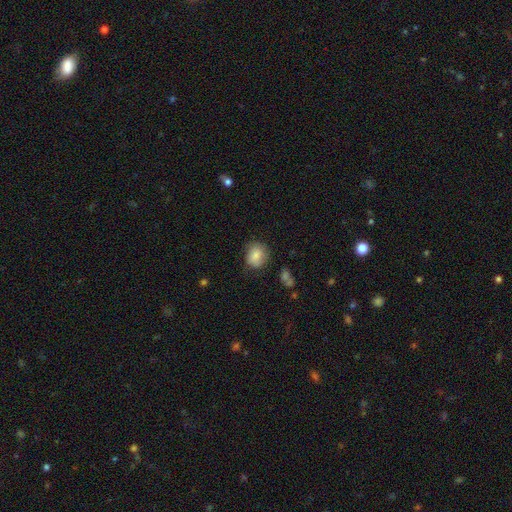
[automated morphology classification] Overall: smooth (81%). How rounded: round (68%; in between 31%). Merging: none (71%).